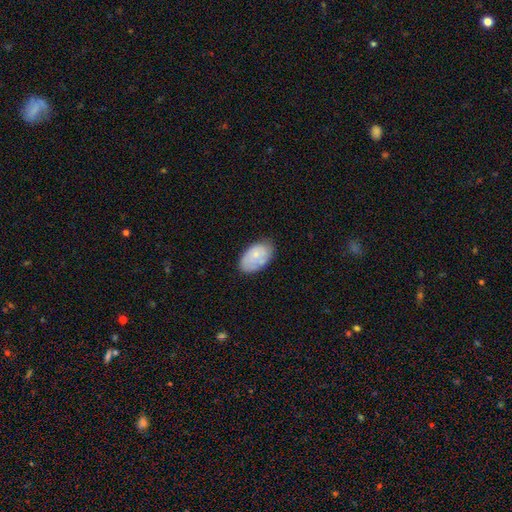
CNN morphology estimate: Q: Smooth or featured?
A: smooth (67%); runner-up: featured or disk (26%)
Q: How rounded?
A: in between (93%); runner-up: round (6%)
Q: Merging?
A: none (71%); runner-up: minor disturbance (23%)